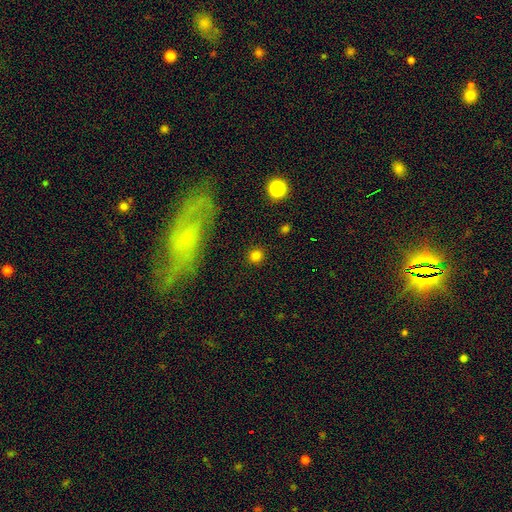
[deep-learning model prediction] Smooth or featured? Predicted: smooth (p=0.81). How rounded? Predicted: round (p=0.90). Merging? Predicted: none (p=0.90).